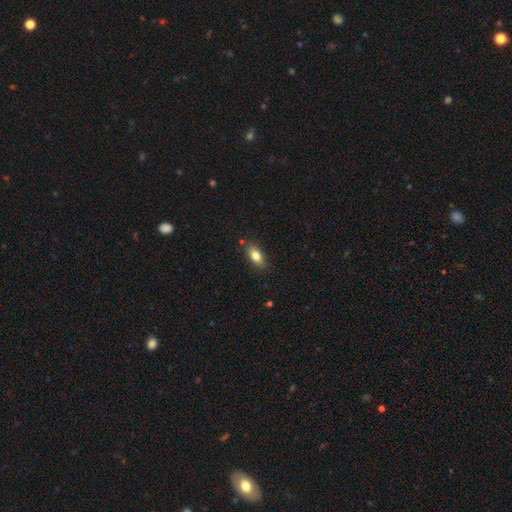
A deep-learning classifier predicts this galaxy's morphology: A smooth galaxy with no disk features (79%) that is in between round and cigar-shaped (87%). Merging: none (81%).